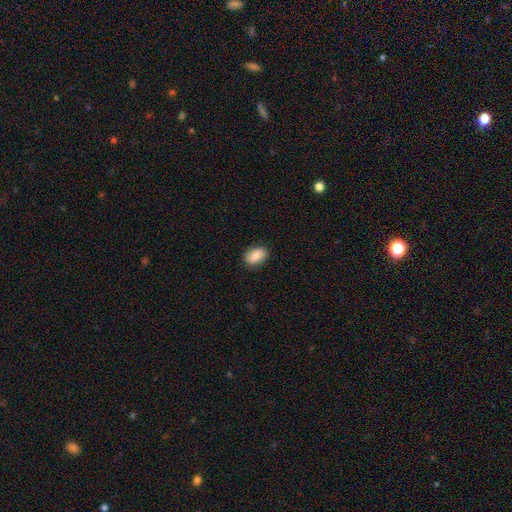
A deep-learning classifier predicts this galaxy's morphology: Smooth or featured? smooth (79%)
How rounded? in between (82%)
Merging? none (84%)